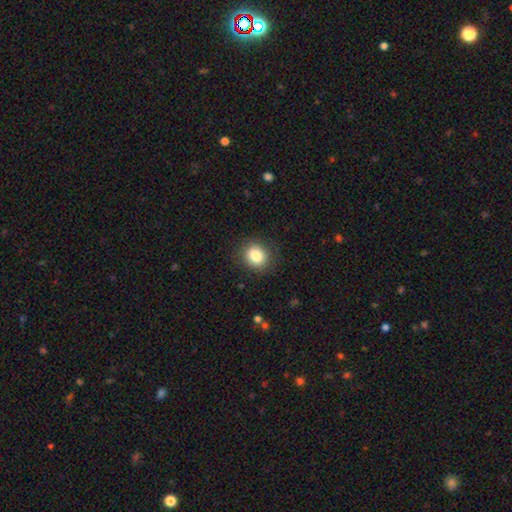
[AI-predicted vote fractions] Q: Smooth or featured?
A: smooth (83%); runner-up: star or artifact (10%)
Q: How rounded?
A: round (79%); runner-up: in between (20%)
Q: Merging?
A: none (87%); runner-up: minor disturbance (9%)